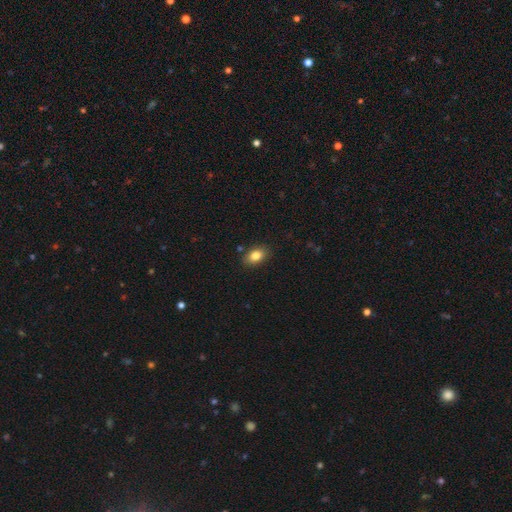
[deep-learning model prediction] A smooth galaxy with no disk features (82%) that is in between round and cigar-shaped (84%). Merging: none (86%).